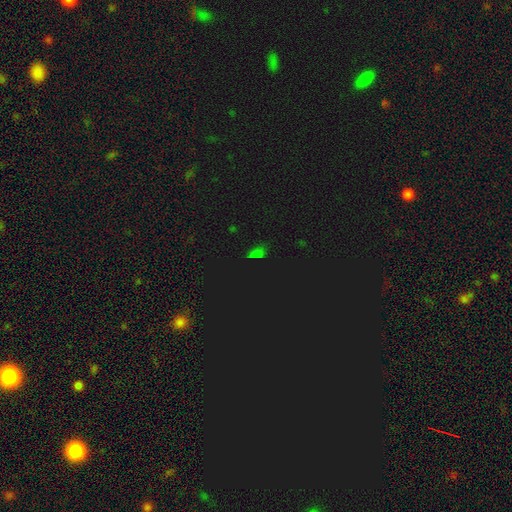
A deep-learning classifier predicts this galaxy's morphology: Smooth or featured? Predicted: star or artifact (p=0.58).